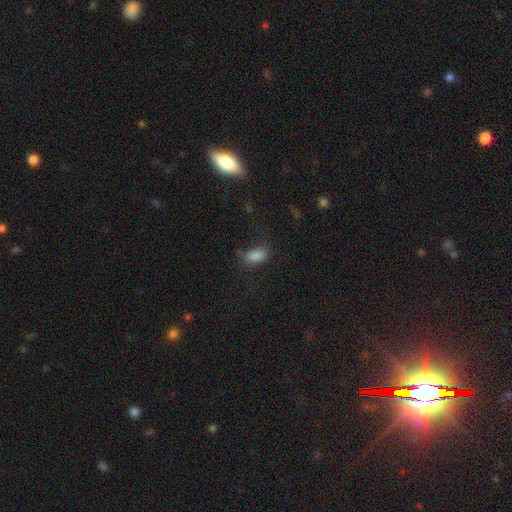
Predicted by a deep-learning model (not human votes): A smooth galaxy with no disk features (84%) that is in between round and cigar-shaped (91%).

Vote fractions:
- Smooth or featured? smooth: 84% / star or artifact: 11% / featured or disk: 5%
- How rounded? in between: 91% / round: 5% / cigar-shaped: 4%
- Merging? none: 67% / minor disturbance: 20% / major disturbance: 11% / merger: 2%